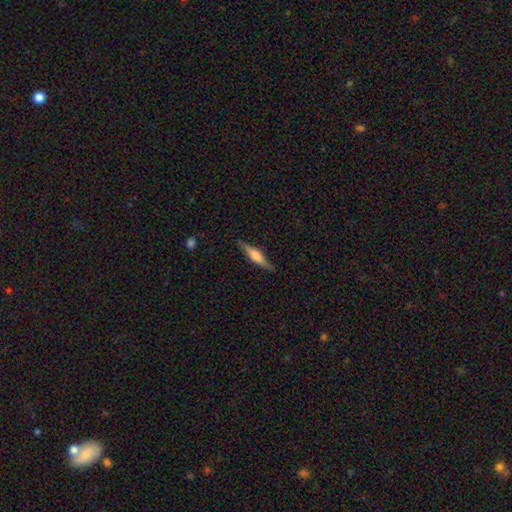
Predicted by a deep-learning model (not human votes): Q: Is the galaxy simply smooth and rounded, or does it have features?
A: featured or disk — 60%.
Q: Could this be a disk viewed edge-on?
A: yes — 96%.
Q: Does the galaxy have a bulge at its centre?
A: rounded — 64%.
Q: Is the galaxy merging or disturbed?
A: none — 86%.